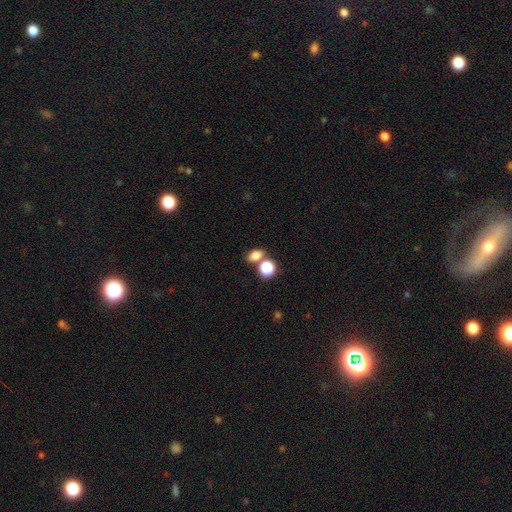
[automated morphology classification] A smooth galaxy with no disk features (78%) that is in between round and cigar-shaped (68%).

Vote fractions:
- Smooth or featured? smooth: 78% / star or artifact: 15% / featured or disk: 7%
- How rounded? in between: 68% / round: 30% / cigar-shaped: 2%
- Merging? none: 61% / merger: 26% / minor disturbance: 10% / major disturbance: 4%